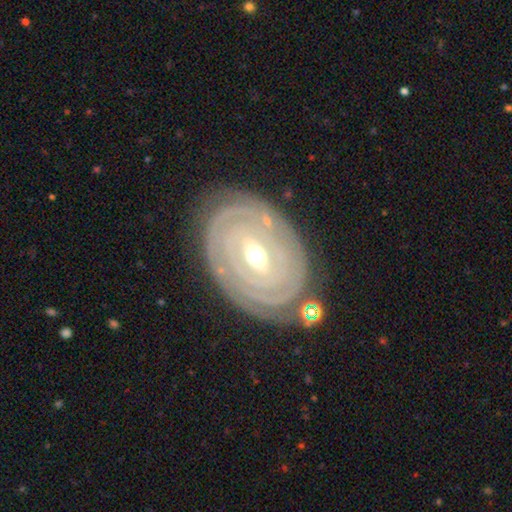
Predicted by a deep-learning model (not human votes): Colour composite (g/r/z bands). It shows a featured or disk galaxy (89%) with a weak bar (43%), tight (90%) spiral arms (95%) and a moderate central bulge (62%). Merging: none (82%).